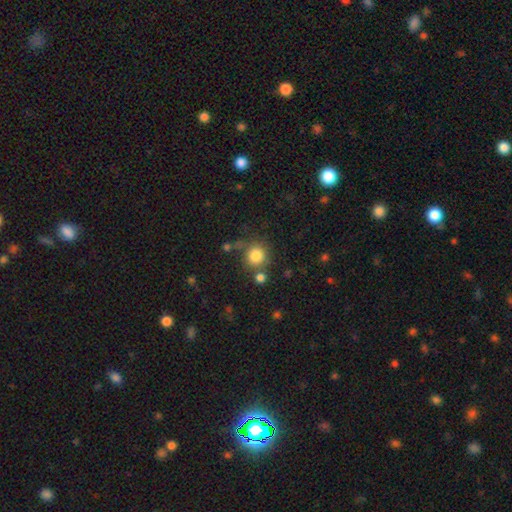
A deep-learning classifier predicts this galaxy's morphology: type=smooth (82%); roundness=round (90%); merging=none (70%).